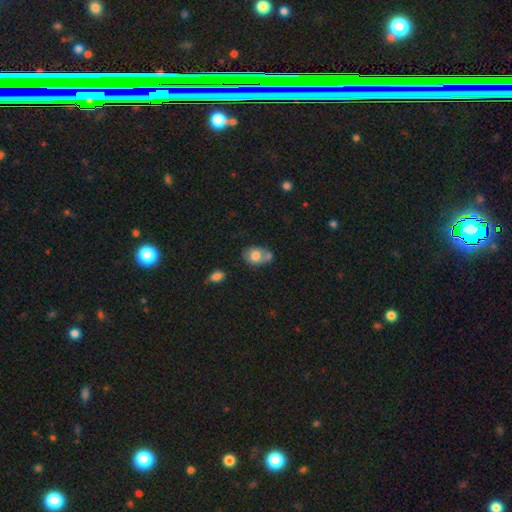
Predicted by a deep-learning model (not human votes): Smooth or featured: smooth — 74% (featured or disk — 18%)
How rounded: in between — 59% (round — 40%)
Merging: none — 39% (merger — 36%)